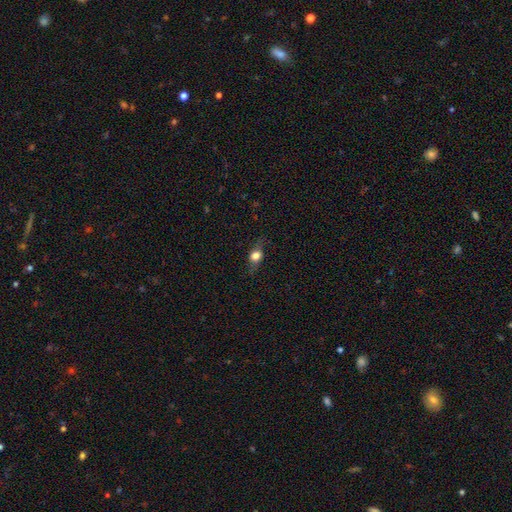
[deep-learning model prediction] Overall: smooth (66%). How rounded: in between (55%; round 34%). Merging: none (76%).